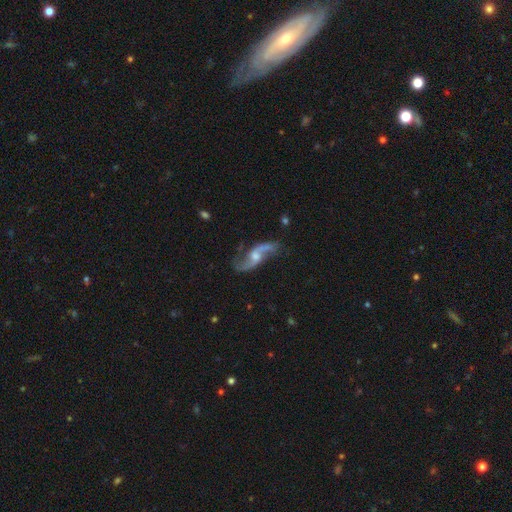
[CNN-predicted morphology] This is clearly a featured or disk galaxy (88%). It is clearly not viewed edge-on (94%). Bar: possibly no (47%). Spiral arm pattern: clearly yes (96%). Spiral arm count: clearly 2 (92%). Spiral winding: likely loose (80%). Central bulge: possibly moderate (50%). Merging: likely none (69%).